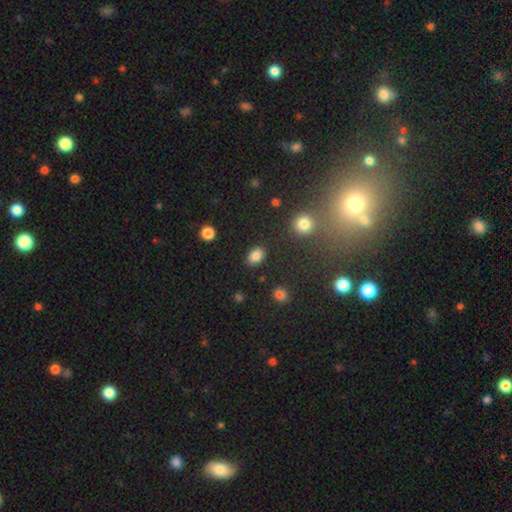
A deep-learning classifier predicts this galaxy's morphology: Smooth or featured: smooth — 86% (star or artifact — 10%)
How rounded: in between — 83% (round — 16%)
Merging: none — 86% (minor disturbance — 10%)